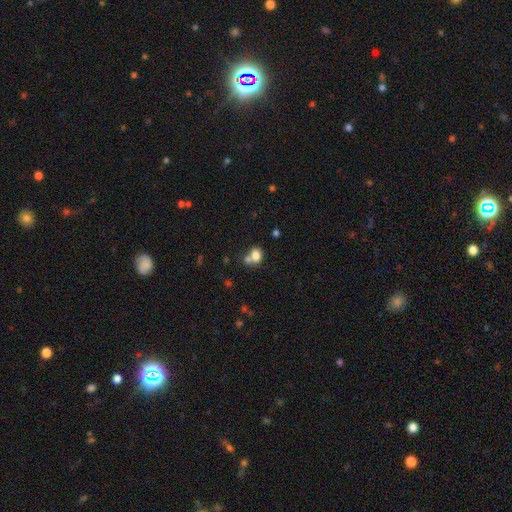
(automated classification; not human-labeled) smooth_or_featured: smooth (p=0.78) [alt: star or artifact p=0.11]
how_rounded: round (p=0.50) [alt: in between p=0.49]
merging: merger (p=0.45) [alt: none p=0.40]